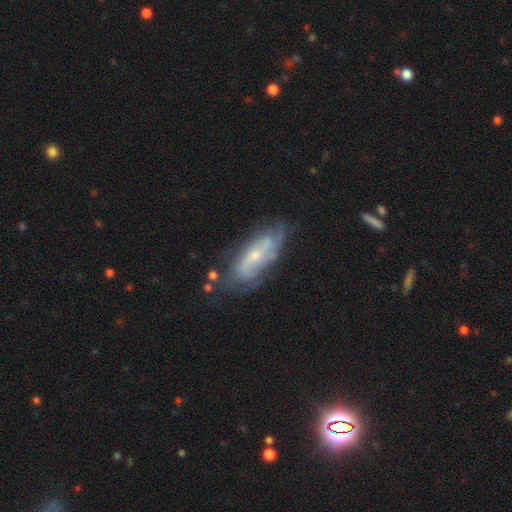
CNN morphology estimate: The model was most divided on "bulge size": small: 62%, moderate: 31%, none: 5%, large: 2%, dominant: 1%. More confident: edge-on disk — no (82%); spiral arms — yes (72%); smooth or featured — featured or disk (65%); bar — no (62%); merging — none (57%).